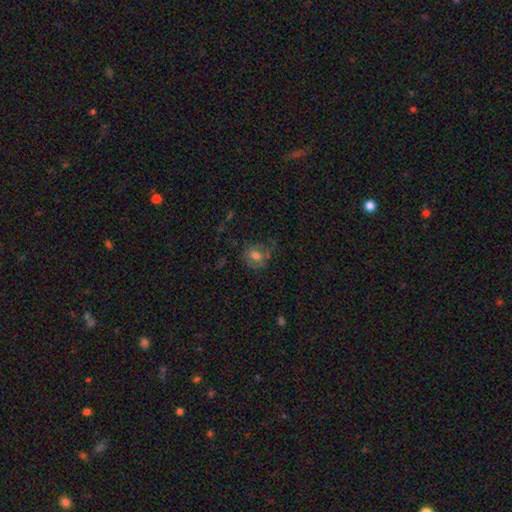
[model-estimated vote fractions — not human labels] Smooth or featured?
  - smooth: 64% *
  - featured or disk: 24%
  - star or artifact: 13%
How rounded?
  - round: 59% *
  - in between: 40%
  - cigar-shaped: 1%
Merging?
  - none: 52% *
  - minor disturbance: 25%
  - major disturbance: 20%
  - merger: 3%